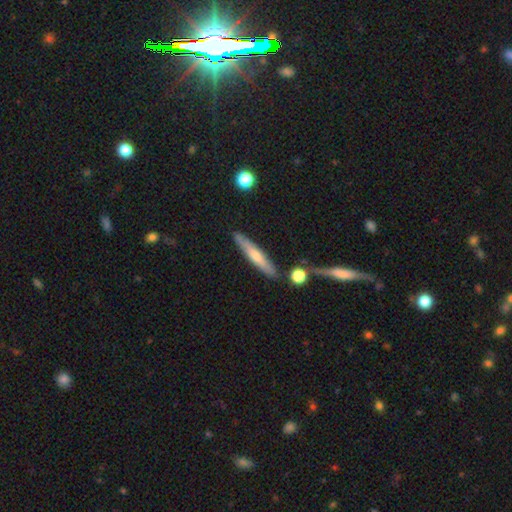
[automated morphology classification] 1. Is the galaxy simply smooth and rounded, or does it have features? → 51% smooth, 43% featured or disk, 6% star or artifact.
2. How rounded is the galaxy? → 91% cigar-shaped, 8% in between, 2% round.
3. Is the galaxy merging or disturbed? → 79% none, 11% minor disturbance, 7% merger, 3% major disturbance.